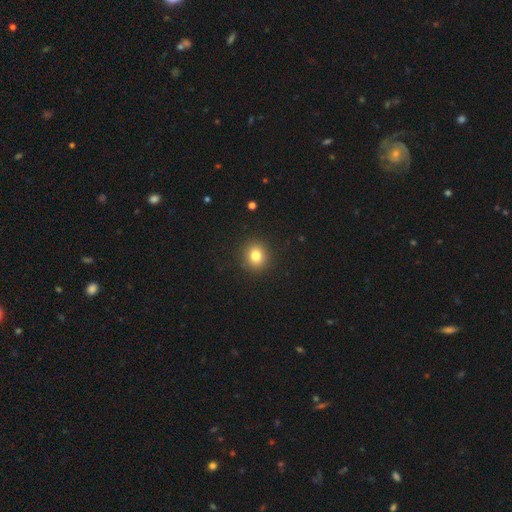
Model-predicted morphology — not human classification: A smooth galaxy with no disk features (80%) that is round (85%). Merging: none (91%).